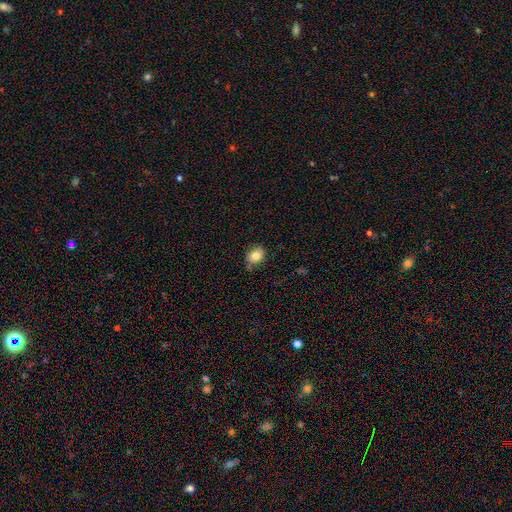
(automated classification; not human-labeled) Smooth or featured: smooth — 81% (featured or disk — 10%)
How rounded: in between — 52% (round — 47%)
Merging: none — 70% (minor disturbance — 23%)